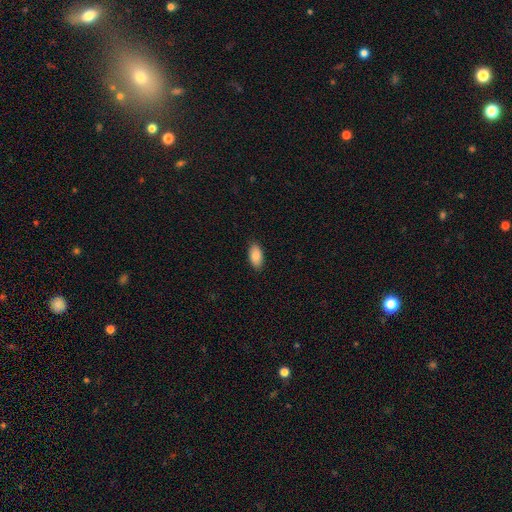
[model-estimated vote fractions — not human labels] smooth-or-featured: smooth: 88% | star or artifact: 6% | featured or disk: 6%
  how-rounded: in between: 94% | cigar-shaped: 4% | round: 2%
  merging: none: 88% | minor disturbance: 9% | major disturbance: 2% | merger: 1%